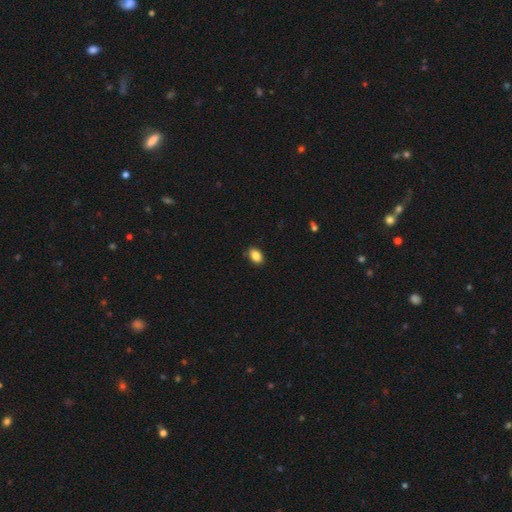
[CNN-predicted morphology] This appears to be a smooth galaxy with no disk features (87%) that is in between round and cigar-shaped (84%). Merging: none (87%).